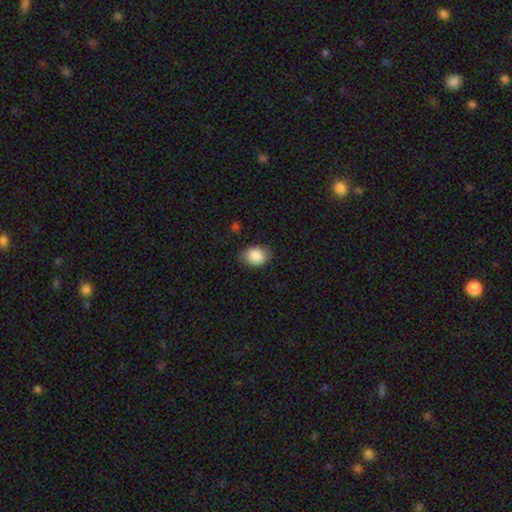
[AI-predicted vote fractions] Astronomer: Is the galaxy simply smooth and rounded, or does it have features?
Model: smooth — 88%.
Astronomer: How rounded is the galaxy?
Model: in between — 64%.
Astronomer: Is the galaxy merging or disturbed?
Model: none — 79%.